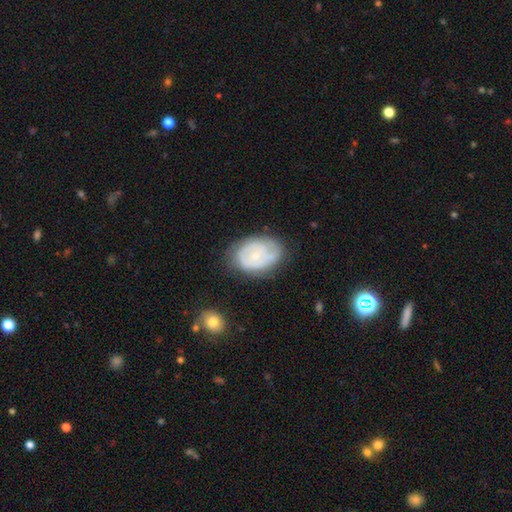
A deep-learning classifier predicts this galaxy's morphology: The model was most divided on "spiral arm count": can't tell: 44%, 2: 31%, 3: 12%, 1: 6%, 4: 4%, more than 4: 3%. More confident: edge-on disk — no (97%); spiral arms — yes (80%); bar — no (74%); bulge size — small (71%); merging — none (69%); smooth or featured — featured or disk (68%); spiral winding — tight (67%).